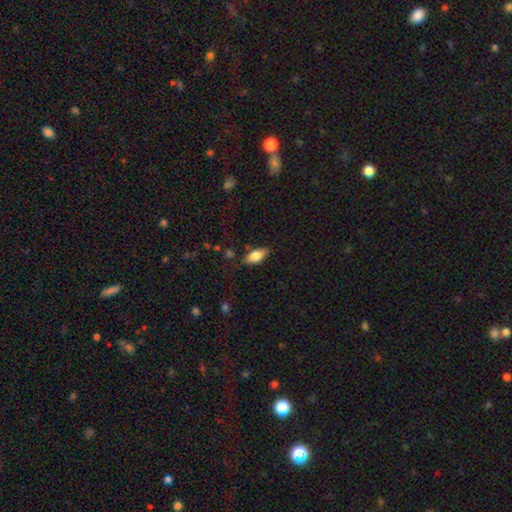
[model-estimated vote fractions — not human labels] smooth-or-featured: smooth: 79% | featured or disk: 14% | star or artifact: 7%
  how-rounded: in between: 87% | cigar-shaped: 10% | round: 3%
  merging: none: 76% | minor disturbance: 17% | major disturbance: 4% | merger: 2%